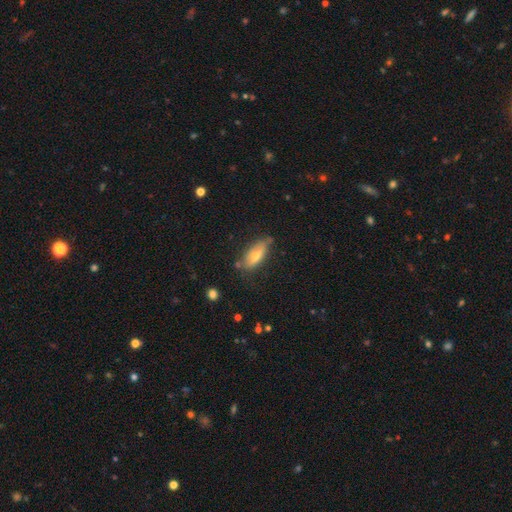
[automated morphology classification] The model was most divided on "smooth or featured": smooth: 52%, featured or disk: 40%, star or artifact: 8%. More confident: merging — none (68%); how rounded — in between (66%).